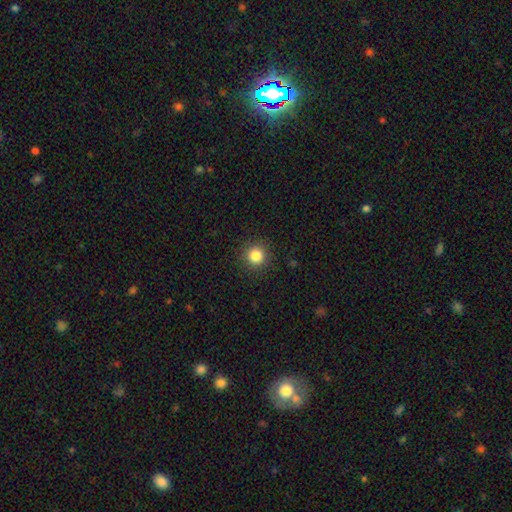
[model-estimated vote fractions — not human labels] smooth 84%, star or artifact 11%, featured or disk 5%. Down the decision tree: how rounded — round (94%); merging — none (91%).